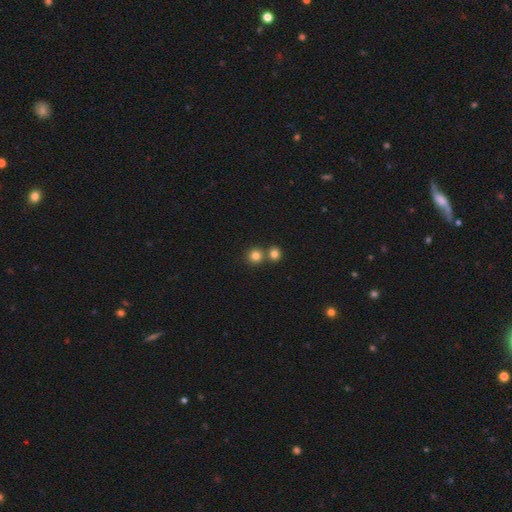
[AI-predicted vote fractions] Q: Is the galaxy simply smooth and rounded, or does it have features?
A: smooth — 80%.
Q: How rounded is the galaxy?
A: round — 91%.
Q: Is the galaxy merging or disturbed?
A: none — 65%.